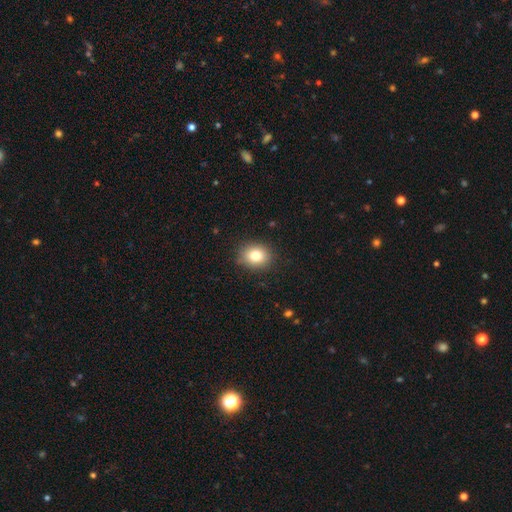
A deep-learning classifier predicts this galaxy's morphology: This is clearly a smooth galaxy (81%). How rounded: likely round (63%). Merging: clearly none (86%).